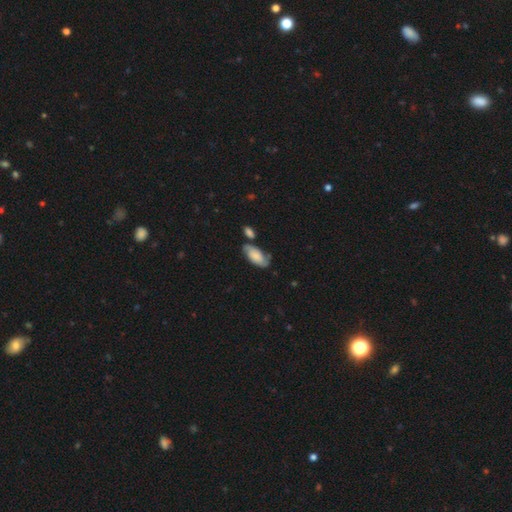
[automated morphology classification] Overall: smooth (53%; featured or disk 40%). How rounded: in between (89%). Merging: none (59%; minor disturbance 21%).